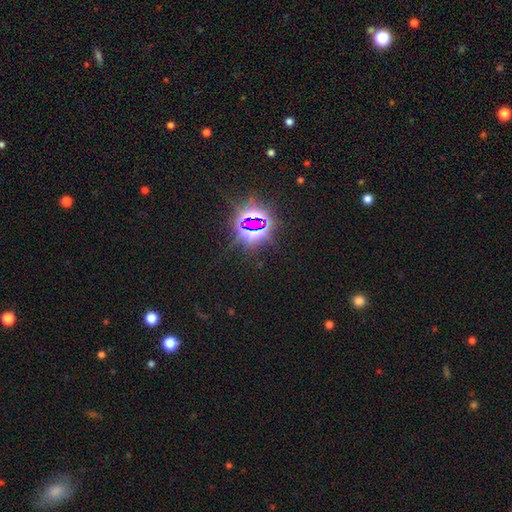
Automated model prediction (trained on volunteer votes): A star or artifact, not a galaxy (76%).

Vote fractions:
- Smooth or featured? star or artifact: 76% / smooth: 16% / featured or disk: 8%